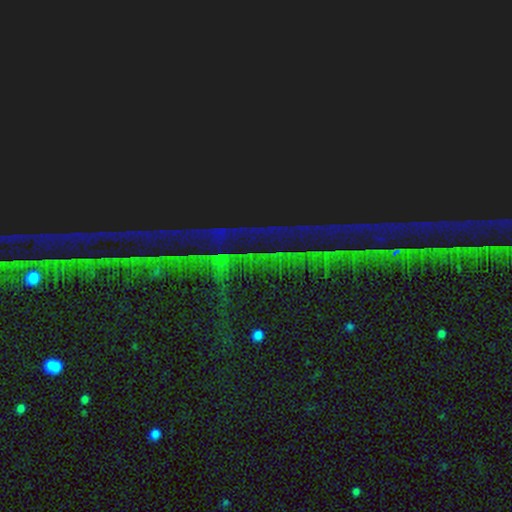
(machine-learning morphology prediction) This is clearly a star or artifact rather than a galaxy (85%).